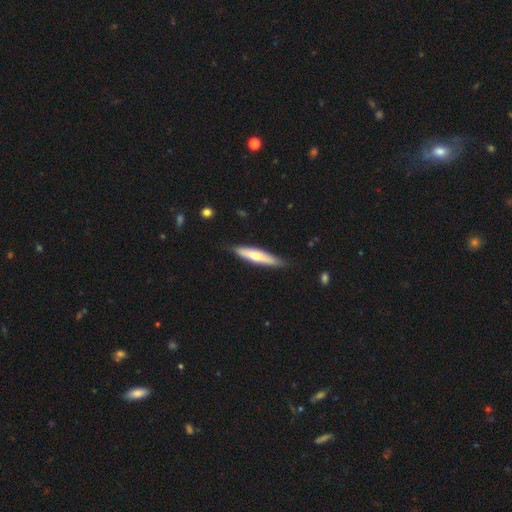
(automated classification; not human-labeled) smooth_or_featured: smooth (p=0.50) [alt: featured or disk p=0.45]
how_rounded: cigar-shaped (p=0.83) [alt: in between p=0.15]
merging: none (p=0.83) [alt: minor disturbance p=0.14]